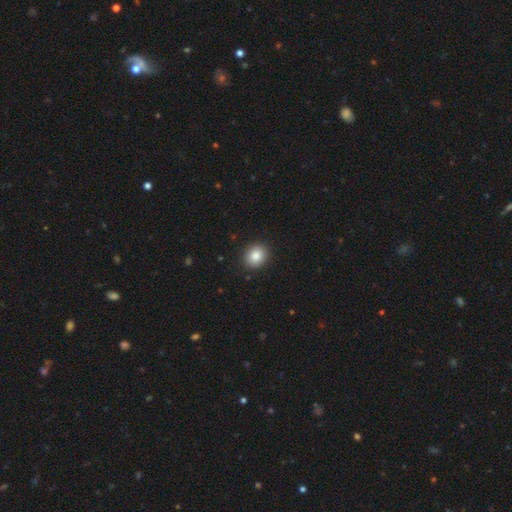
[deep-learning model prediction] Morphology: type=smooth (85%); roundness=round (67%); merging=none (90%).